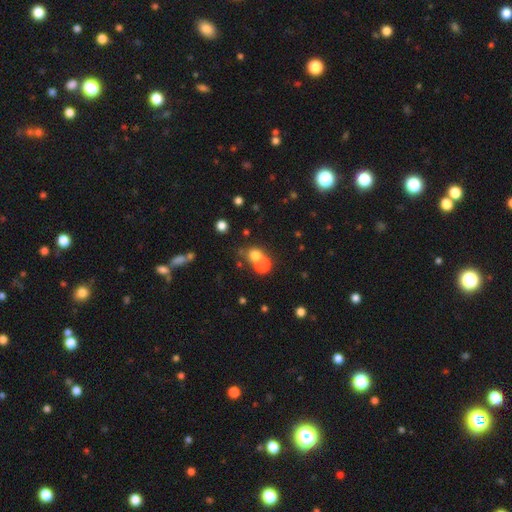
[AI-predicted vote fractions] Overall: smooth (70%). How rounded: round (83%). Merging: none (50%; merger 38%).